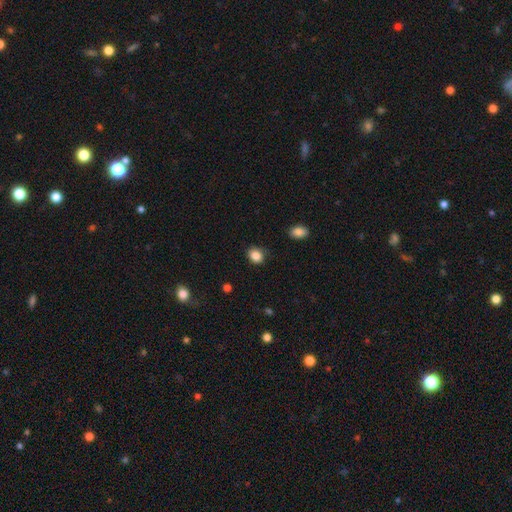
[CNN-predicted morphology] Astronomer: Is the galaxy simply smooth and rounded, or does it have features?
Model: smooth — 86%.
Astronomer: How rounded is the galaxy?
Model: round — 54% (runner-up: in between, 45%).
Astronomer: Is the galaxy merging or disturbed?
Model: none — 80%.